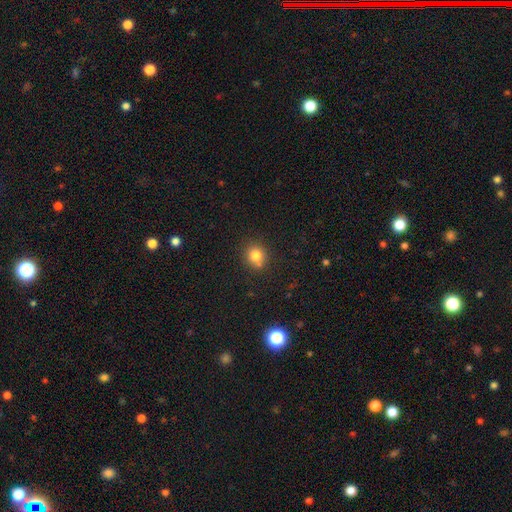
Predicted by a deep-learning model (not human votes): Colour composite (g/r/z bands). It shows a smooth galaxy with no disk features (80%) that is round (84%). Merging: none (73%).